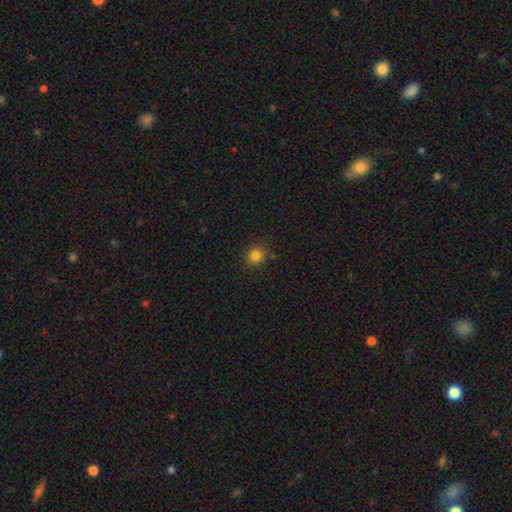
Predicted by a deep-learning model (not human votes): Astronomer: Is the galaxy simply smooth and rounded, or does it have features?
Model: smooth — 83%.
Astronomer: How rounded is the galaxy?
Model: round — 87%.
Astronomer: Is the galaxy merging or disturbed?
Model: none — 86%.